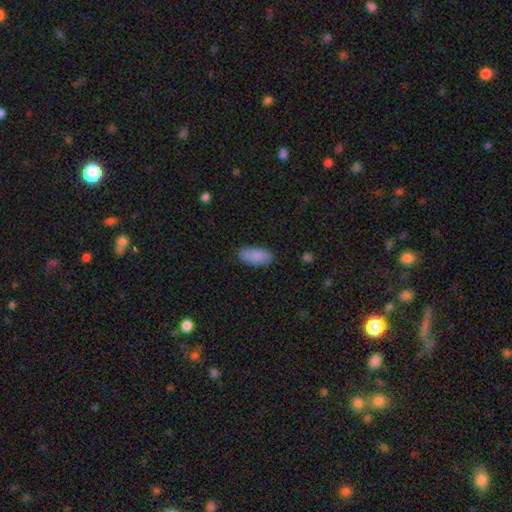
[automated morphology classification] The model was most divided on "merging": none: 82%, minor disturbance: 14%, major disturbance: 3%, merger: 1%. More confident: how rounded — in between (90%); smooth or featured — smooth (88%).